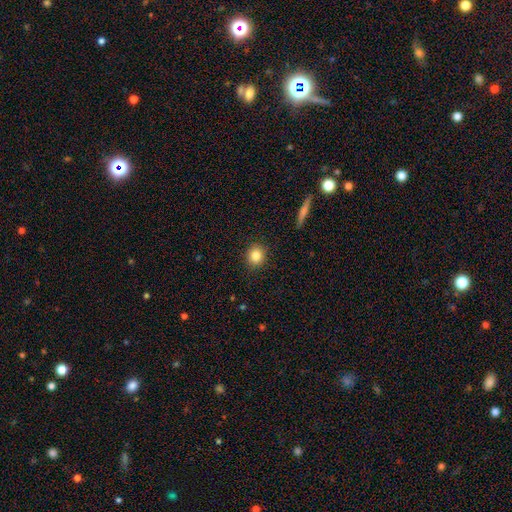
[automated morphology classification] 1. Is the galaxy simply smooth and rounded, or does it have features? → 84% smooth, 10% star or artifact, 7% featured or disk.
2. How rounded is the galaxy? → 79% round, 19% in between, 1% cigar-shaped.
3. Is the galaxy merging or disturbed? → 90% none, 7% minor disturbance, 2% major disturbance, 1% merger.